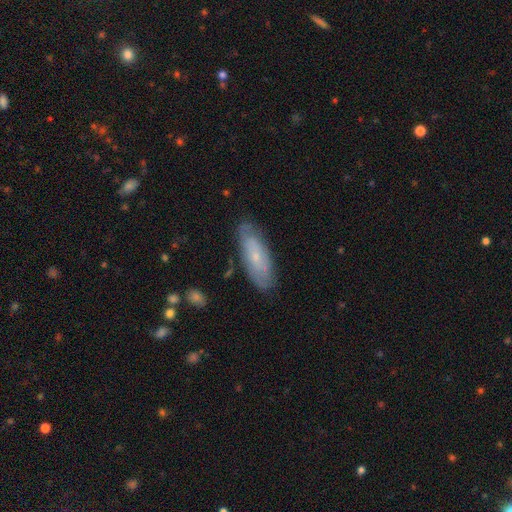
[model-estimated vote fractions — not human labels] Smooth or featured? Predicted: smooth (p=0.49). Merging? Predicted: none (p=0.80).